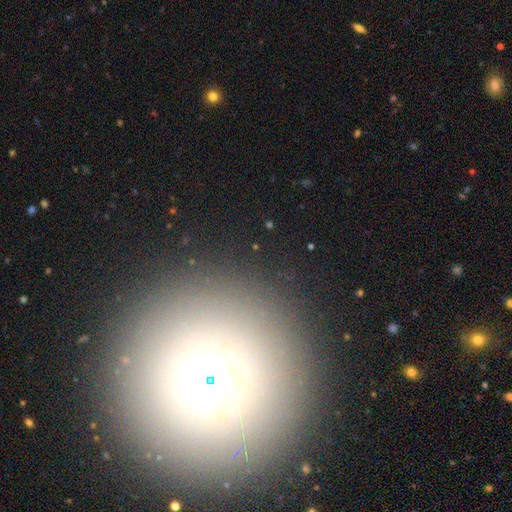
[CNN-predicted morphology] Smooth or featured: smooth — 50% (star or artifact — 35%)
How rounded: round — 95% (in between — 4%)
Merging: none — 88% (minor disturbance — 6%)